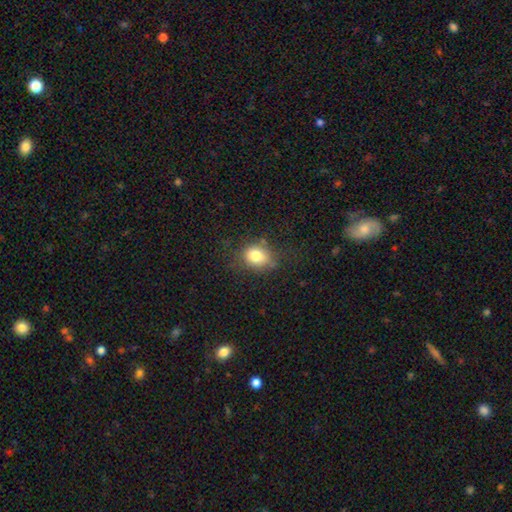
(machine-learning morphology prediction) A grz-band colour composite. It shows a smooth galaxy with no disk features (79%) that is round (55%). Merging: none (67%).